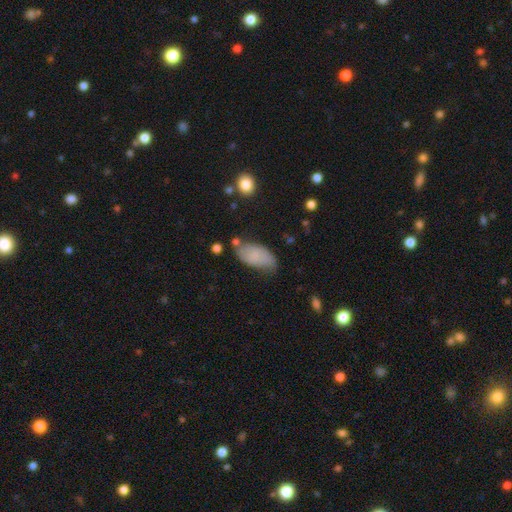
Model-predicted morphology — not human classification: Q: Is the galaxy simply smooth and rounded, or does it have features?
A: smooth — 78%.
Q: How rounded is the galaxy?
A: in between — 94%.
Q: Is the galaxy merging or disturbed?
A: none — 58%.